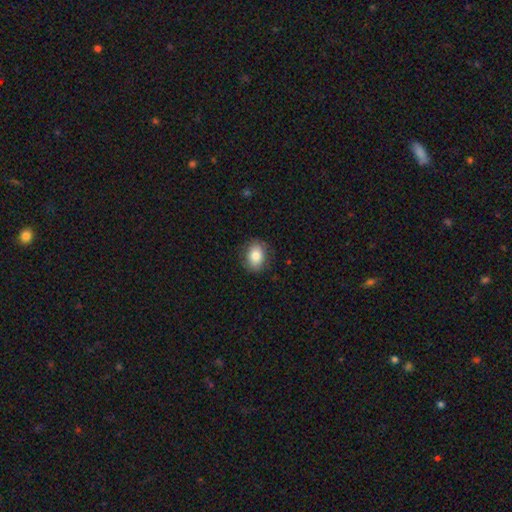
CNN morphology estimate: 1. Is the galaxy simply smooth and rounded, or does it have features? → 83% smooth, 9% featured or disk, 8% star or artifact.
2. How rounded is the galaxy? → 63% in between, 36% round, 1% cigar-shaped.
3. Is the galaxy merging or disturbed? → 84% none, 12% minor disturbance, 3% major disturbance, 1% merger.